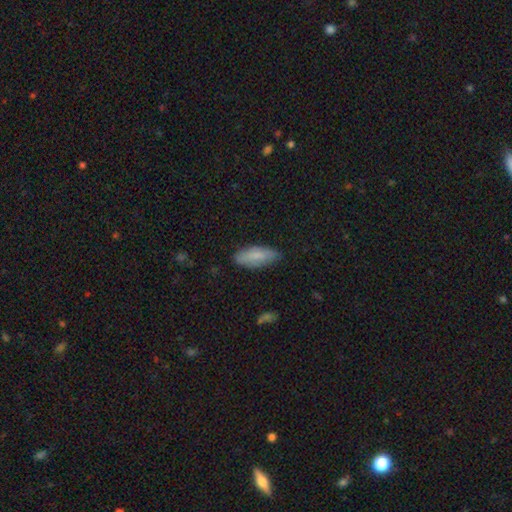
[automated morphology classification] Overall: smooth (80%). How rounded: in between (77%). Merging: none (80%).